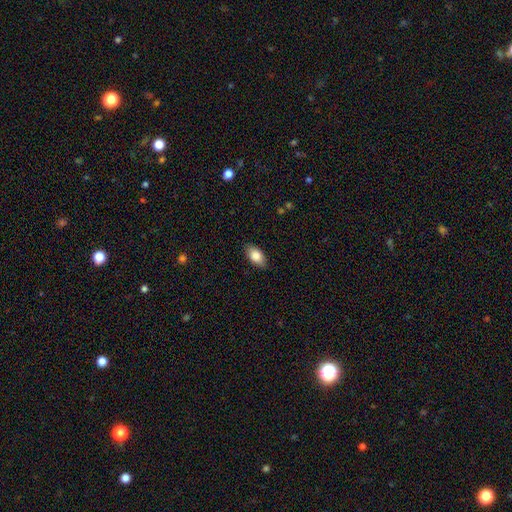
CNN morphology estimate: smooth-or-featured: smooth: 83% | featured or disk: 10% | star or artifact: 7%
  how-rounded: in between: 92% | round: 5% | cigar-shaped: 4%
  merging: none: 86% | minor disturbance: 11% | major disturbance: 2% | merger: 1%